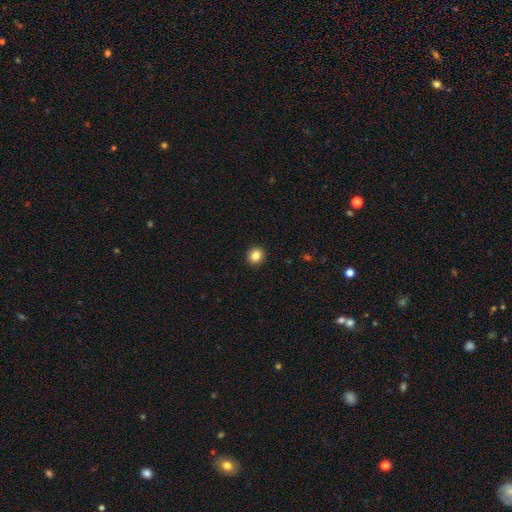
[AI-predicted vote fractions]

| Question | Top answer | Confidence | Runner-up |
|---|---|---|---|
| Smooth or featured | smooth | 84% | star or artifact (11%) |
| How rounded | round | 91% | in between (8%) |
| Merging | none | 93% | minor disturbance (4%) |